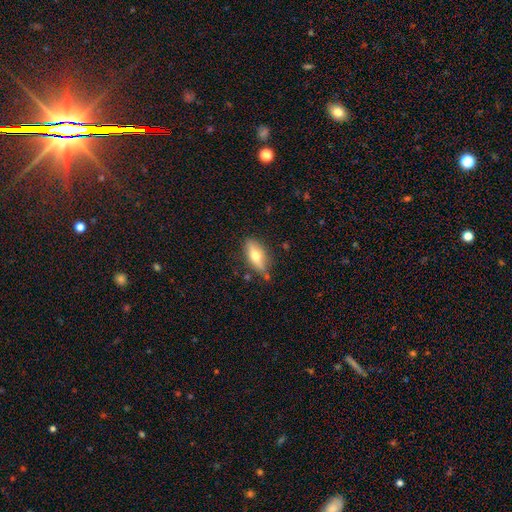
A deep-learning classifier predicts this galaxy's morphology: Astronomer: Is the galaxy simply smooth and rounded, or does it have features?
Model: smooth — 50% (runner-up: featured or disk, 42%).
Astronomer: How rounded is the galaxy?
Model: in between — 66%.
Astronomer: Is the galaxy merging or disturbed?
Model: none — 73%.